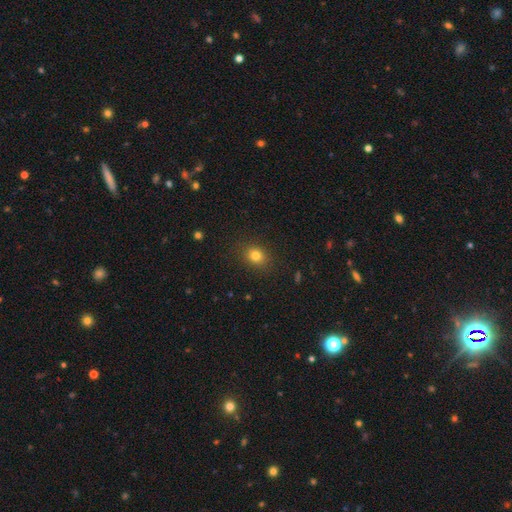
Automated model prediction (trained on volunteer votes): smooth_or_featured: smooth (p=0.80) [alt: star or artifact p=0.13]
how_rounded: round (p=0.64) [alt: in between p=0.35]
merging: none (p=0.88) [alt: minor disturbance p=0.08]